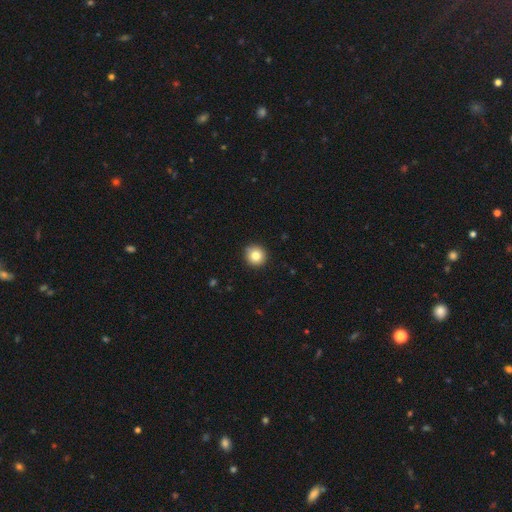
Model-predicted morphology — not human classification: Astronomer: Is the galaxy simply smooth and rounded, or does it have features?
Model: smooth — 82%.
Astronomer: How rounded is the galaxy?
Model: round — 94%.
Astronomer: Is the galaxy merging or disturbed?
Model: none — 90%.